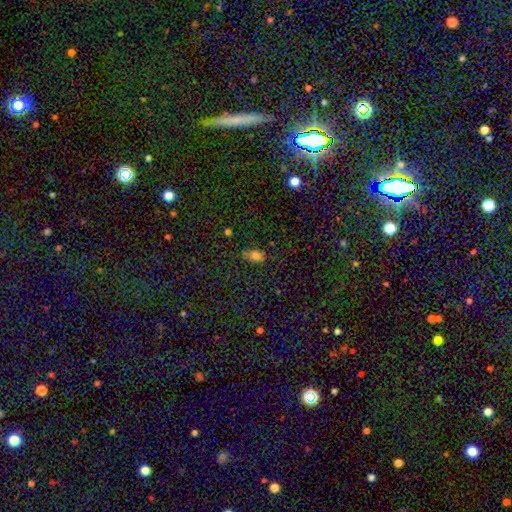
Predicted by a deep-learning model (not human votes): smooth-or-featured: smooth: 76% | star or artifact: 15% | featured or disk: 8%
  how-rounded: in between: 81% | round: 15% | cigar-shaped: 3%
  merging: none: 59% | minor disturbance: 28% | major disturbance: 10% | merger: 3%